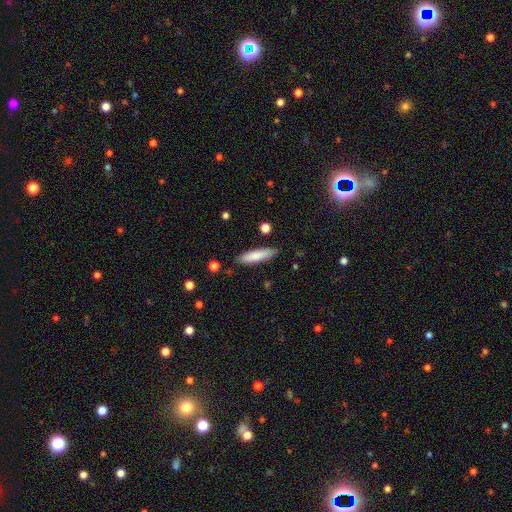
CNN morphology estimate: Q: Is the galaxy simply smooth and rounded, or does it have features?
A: smooth — 81%.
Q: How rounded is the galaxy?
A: cigar-shaped — 73%.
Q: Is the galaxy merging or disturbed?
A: none — 86%.